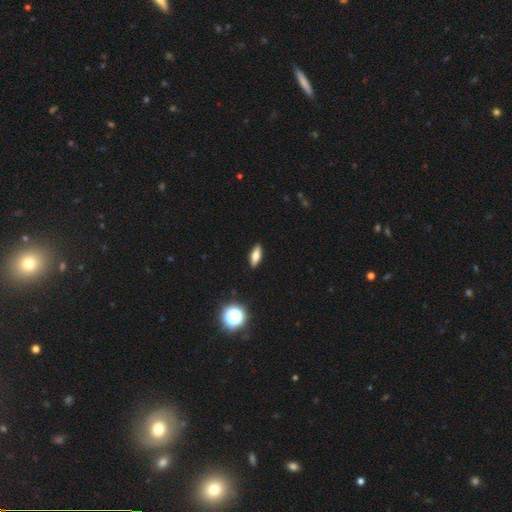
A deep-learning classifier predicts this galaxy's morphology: Q: Smooth or featured?
A: smooth (67%); runner-up: featured or disk (23%)
Q: How rounded?
A: in between (62%); runner-up: cigar-shaped (34%)
Q: Merging?
A: none (90%); runner-up: minor disturbance (7%)